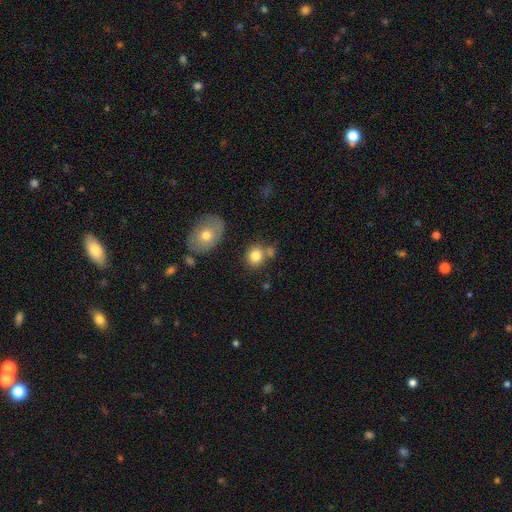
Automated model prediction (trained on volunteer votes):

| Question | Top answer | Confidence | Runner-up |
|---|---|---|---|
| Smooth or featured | smooth | 81% | star or artifact (10%) |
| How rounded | round | 71% | in between (28%) |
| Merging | none | 61% | merger (22%) |